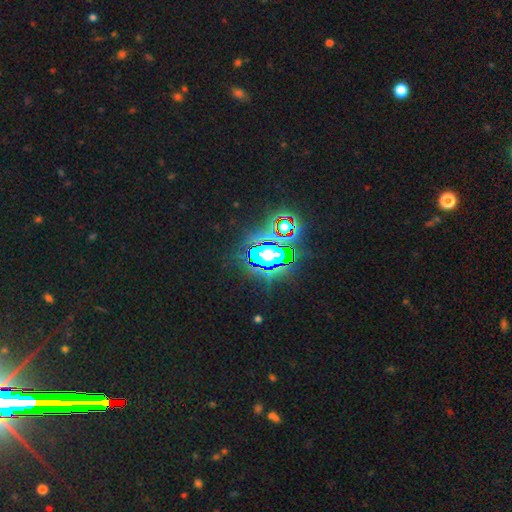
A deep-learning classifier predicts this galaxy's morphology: Smooth or featured? star or artifact (72%)